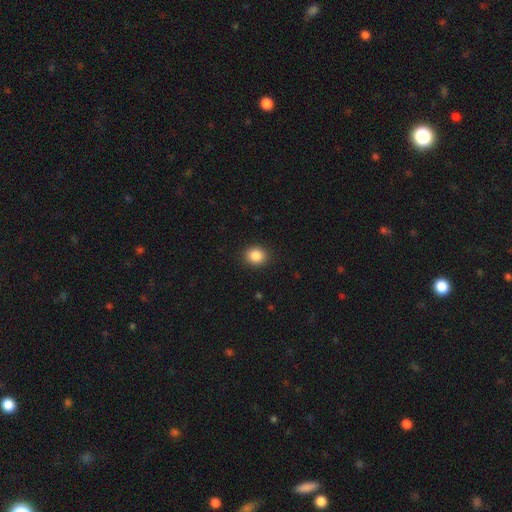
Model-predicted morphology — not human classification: Smooth or featured: smooth — 87% (star or artifact — 9%)
How rounded: round — 67% (in between — 32%)
Merging: none — 90% (minor disturbance — 7%)